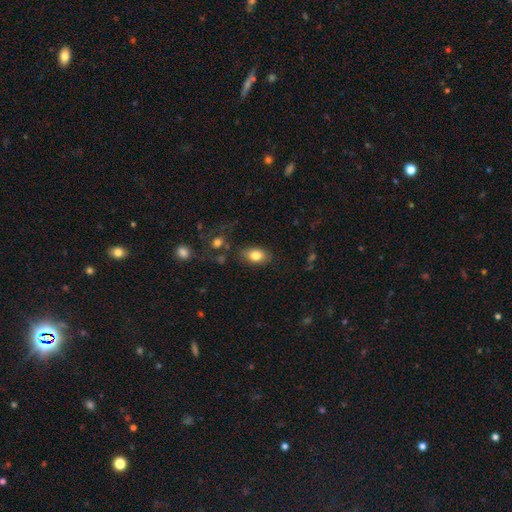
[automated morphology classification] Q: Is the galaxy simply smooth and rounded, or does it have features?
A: smooth — 81%.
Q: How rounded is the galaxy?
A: in between — 84%.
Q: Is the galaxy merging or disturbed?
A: none — 81%.